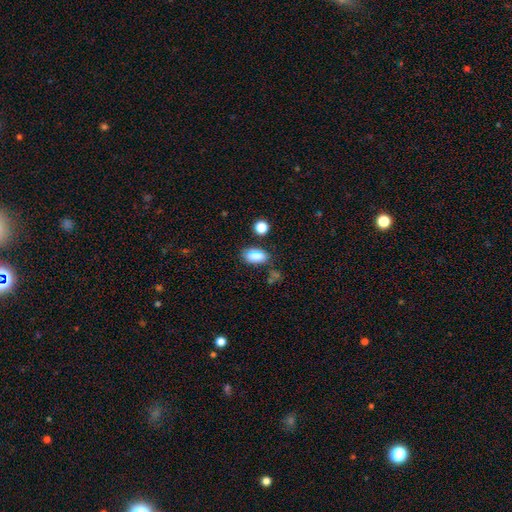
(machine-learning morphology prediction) The model was most divided on "merging": none: 68%, minor disturbance: 18%, merger: 8%, major disturbance: 6%. More confident: how rounded — in between (86%); smooth or featured — smooth (80%).